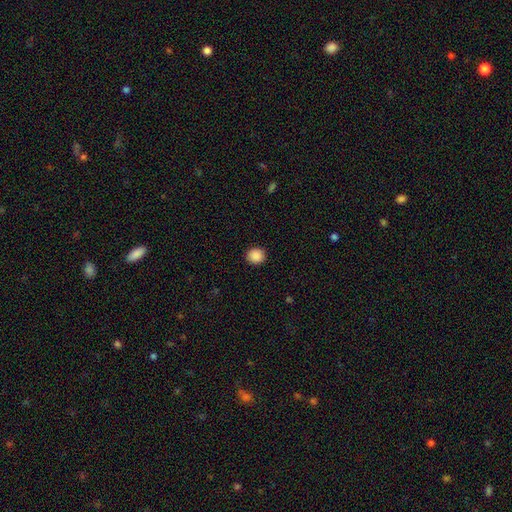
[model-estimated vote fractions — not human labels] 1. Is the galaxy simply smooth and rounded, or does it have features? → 89% smooth, 9% star or artifact, 2% featured or disk.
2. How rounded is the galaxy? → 88% round, 11% in between, 1% cigar-shaped.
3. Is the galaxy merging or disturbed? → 92% none, 5% minor disturbance, 2% major disturbance, 1% merger.